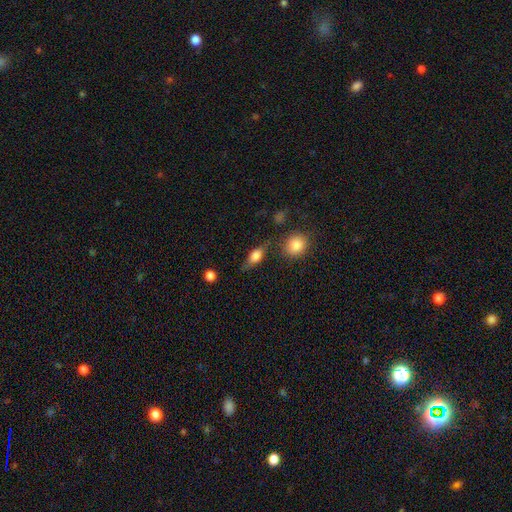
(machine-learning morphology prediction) Smooth or featured: smooth — 63% (featured or disk — 28%)
How rounded: in between — 70% (cigar-shaped — 15%)
Merging: none — 67% (minor disturbance — 21%)